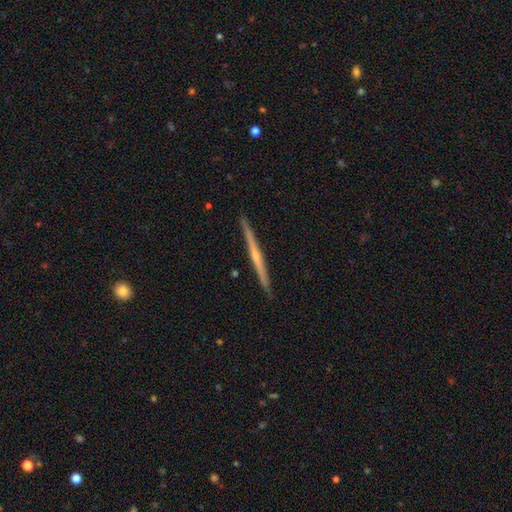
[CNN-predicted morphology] A featured or disk galaxy (75%) viewed edge-on (98%) with a rounded central bulge (59%). Merging: none (92%).